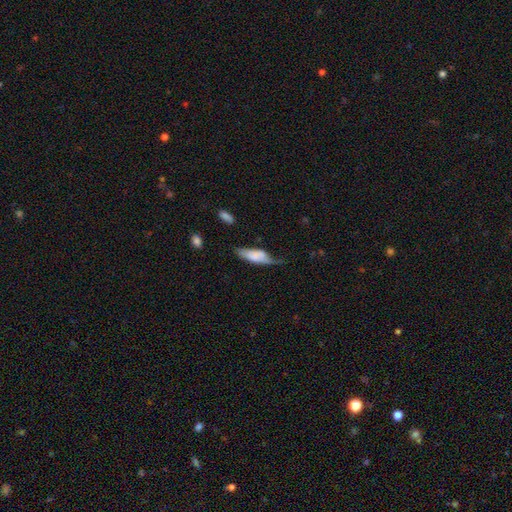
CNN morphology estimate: The model was most divided on "merging": minor disturbance: 38%, none: 33%, major disturbance: 24%, merger: 5%. More confident: smooth or featured — smooth (64%); how rounded — in between (62%).